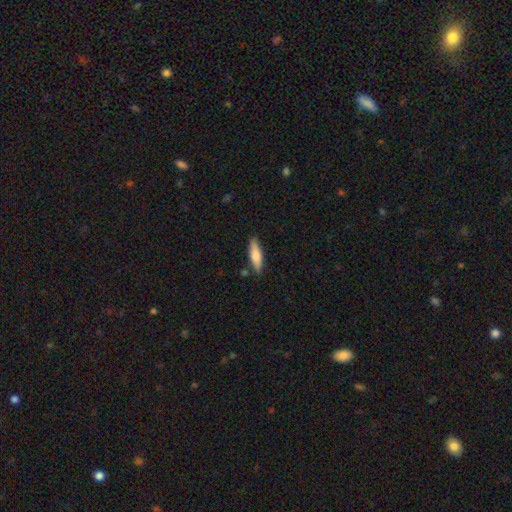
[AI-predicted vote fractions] Morphology: type=smooth (75%); roundness=cigar-shaped (60%); merging=none (82%).